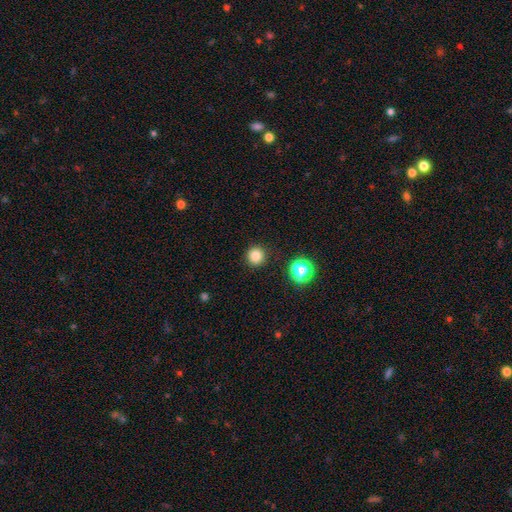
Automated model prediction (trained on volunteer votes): Smooth or featured? Predicted: smooth (p=0.82). How rounded? Predicted: round (p=0.95). Merging? Predicted: none (p=0.91).